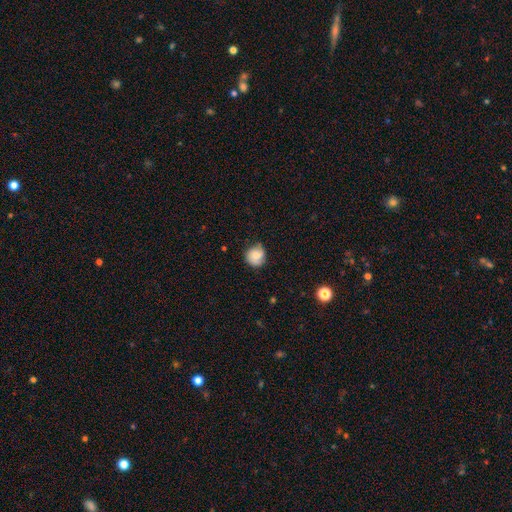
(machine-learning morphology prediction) A smooth galaxy with no disk features (63%) that is round (84%).

Vote fractions:
- Smooth or featured? smooth: 63% / featured or disk: 28% / star or artifact: 8%
- How rounded? round: 84% / in between: 15% / cigar-shaped: 1%
- Merging? none: 68% / minor disturbance: 25% / major disturbance: 6% / merger: 1%